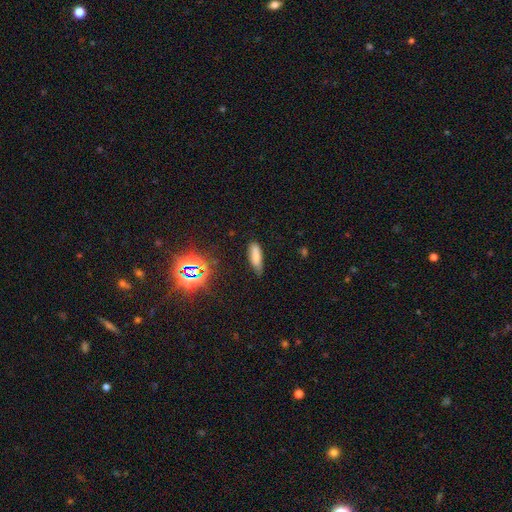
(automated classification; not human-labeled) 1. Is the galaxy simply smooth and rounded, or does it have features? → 74% smooth, 15% star or artifact, 10% featured or disk.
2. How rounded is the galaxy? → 50% in between, 48% cigar-shaped, 3% round.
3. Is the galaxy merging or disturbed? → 69% none, 23% minor disturbance, 5% major disturbance, 2% merger.